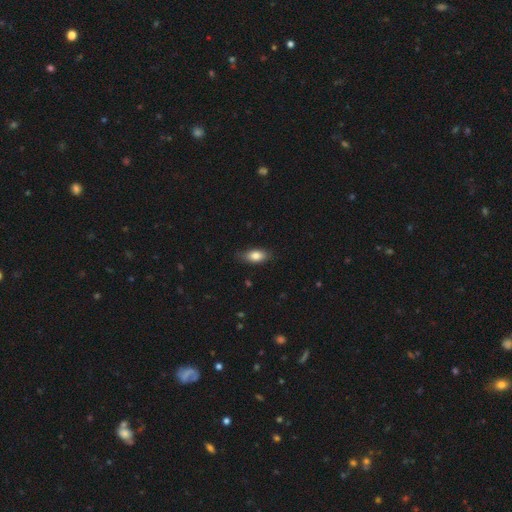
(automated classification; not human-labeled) Overall: smooth (81%). How rounded: in between (87%). Merging: none (79%).